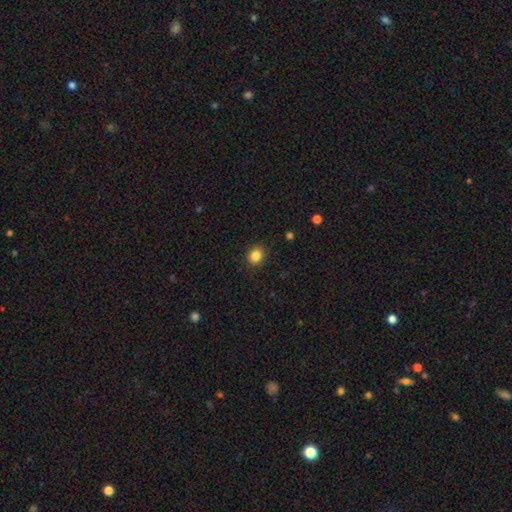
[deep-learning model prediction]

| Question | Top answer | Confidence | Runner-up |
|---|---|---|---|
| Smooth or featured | smooth | 85% | star or artifact (11%) |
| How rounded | round | 68% | in between (31%) |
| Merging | none | 90% | minor disturbance (7%) |